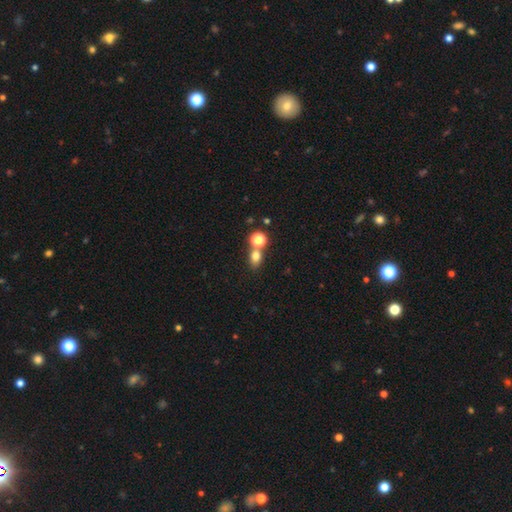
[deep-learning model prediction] smooth 76%, star or artifact 15%, featured or disk 9%. Down the decision tree: how rounded — in between (51%); merging — none (53%).